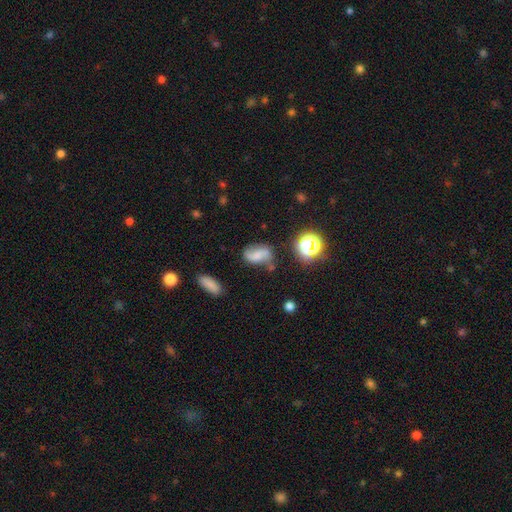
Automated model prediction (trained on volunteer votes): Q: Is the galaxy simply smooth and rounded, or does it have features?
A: featured or disk — 44%.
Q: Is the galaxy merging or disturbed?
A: none — 55%.